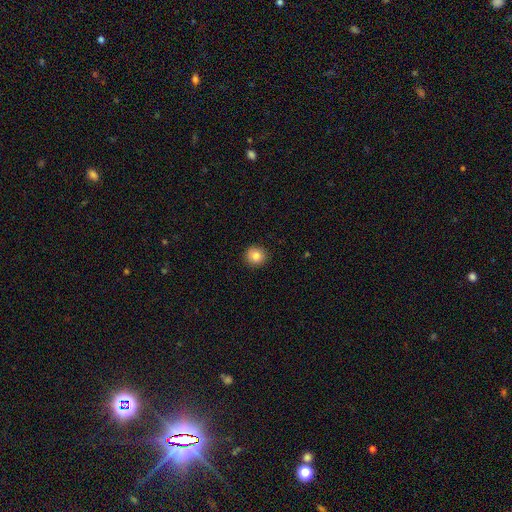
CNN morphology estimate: Smooth or featured: smooth — 84% (star or artifact — 10%)
How rounded: round — 93% (in between — 6%)
Merging: none — 92% (minor disturbance — 6%)